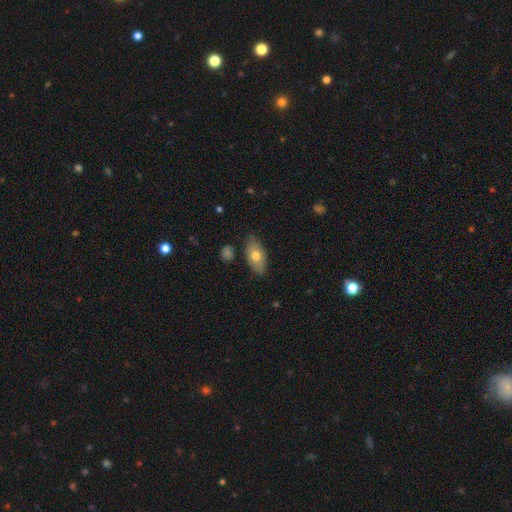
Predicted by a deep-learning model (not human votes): This is likely a smooth galaxy (70%). How rounded: clearly in between (90%). Merging: clearly none (81%).